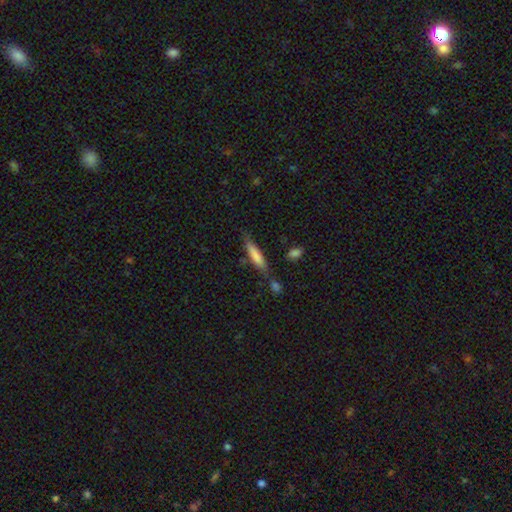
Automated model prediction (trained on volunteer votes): A smooth galaxy with no disk features (72%) that is cigar-shaped (79%).

Vote fractions:
- Smooth or featured? smooth: 72% / featured or disk: 21% / star or artifact: 7%
- How rounded? cigar-shaped: 79% / in between: 19% / round: 2%
- Merging? none: 63% / minor disturbance: 21% / merger: 10% / major disturbance: 6%